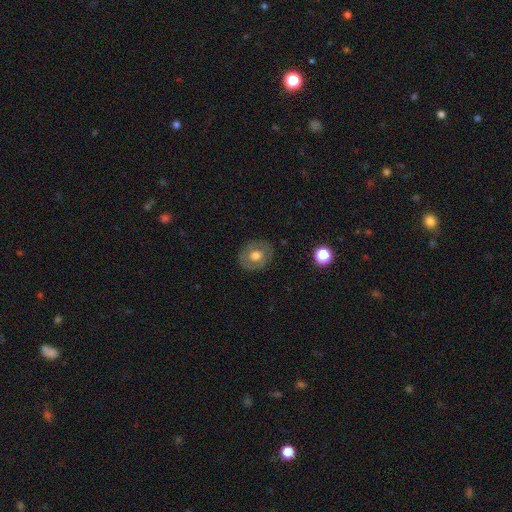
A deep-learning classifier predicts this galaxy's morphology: Q: Smooth or featured?
A: smooth (56%); runner-up: featured or disk (36%)
Q: How rounded?
A: round (60%); runner-up: in between (39%)
Q: Merging?
A: none (83%); runner-up: minor disturbance (12%)